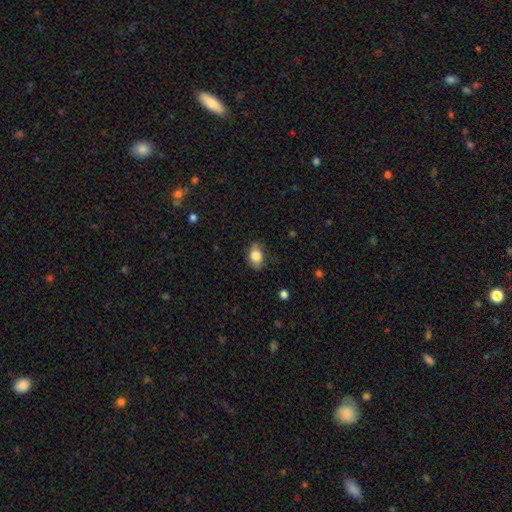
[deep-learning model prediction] smooth-or-featured: smooth: 83% | featured or disk: 10% | star or artifact: 8%
  how-rounded: in between: 80% | round: 19% | cigar-shaped: 1%
  merging: none: 76% | minor disturbance: 19% | major disturbance: 4% | merger: 1%